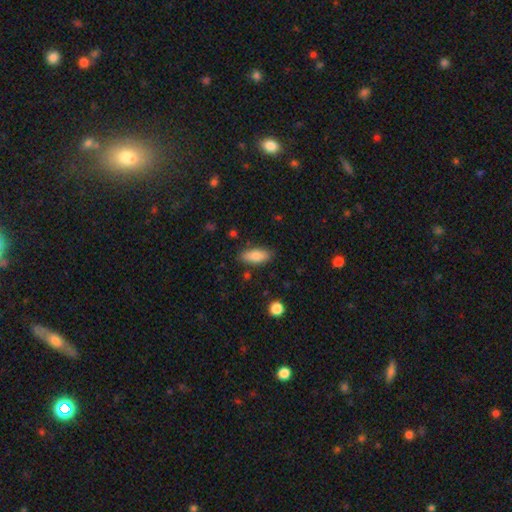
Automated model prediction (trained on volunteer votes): This appears to be a smooth galaxy with no disk features (81%) that is in between round and cigar-shaped (85%). Merging: none (84%).